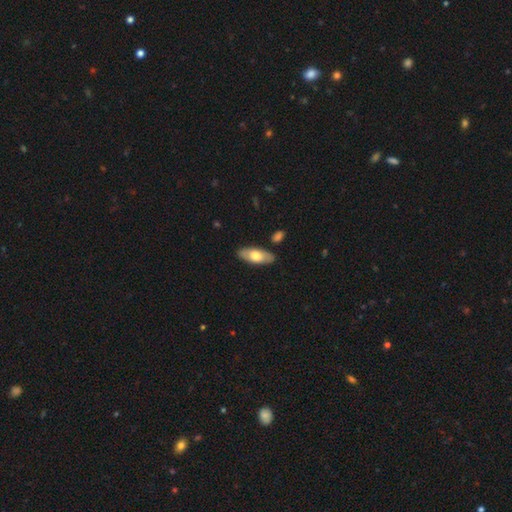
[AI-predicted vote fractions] smooth-or-featured: smooth: 64% | featured or disk: 31% | star or artifact: 5%
  how-rounded: in between: 81% | cigar-shaped: 16% | round: 2%
  merging: none: 86% | minor disturbance: 10% | merger: 2% | major disturbance: 2%